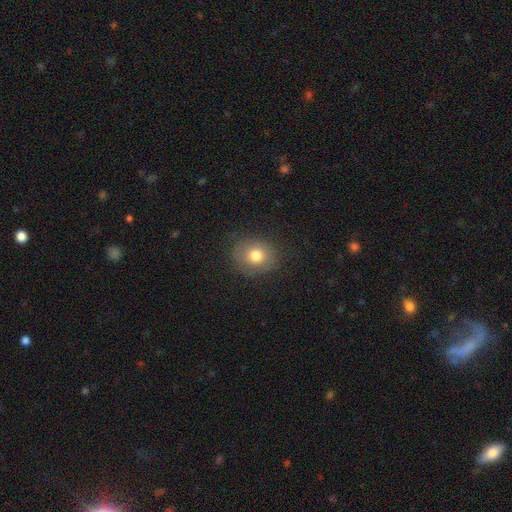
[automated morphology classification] A smooth galaxy with no disk features (75%) that is round (74%). Merging: none (82%).